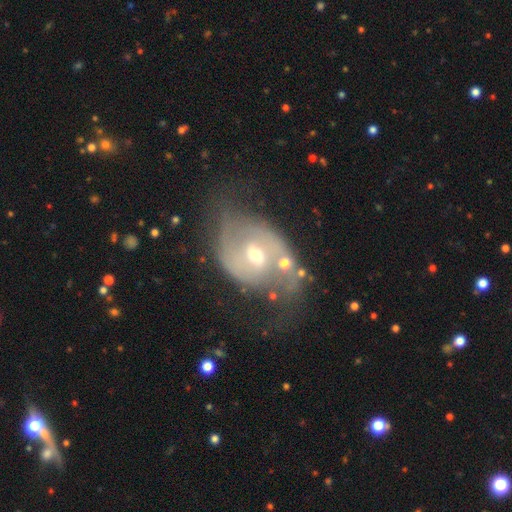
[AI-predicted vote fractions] A featured or disk galaxy (74%) with a weak bar (46%), 2 (76%) medium (43%) spiral arms (78%) and a moderate central bulge (63%).

Vote fractions:
- Smooth or featured? featured or disk: 74% / smooth: 18% / star or artifact: 8%
- Edge-on disk? no: 96% / yes: 4%
- Bar? weak: 46% / no: 41% / strong: 13%
- Spiral arms? yes: 78% / no: 22%
- Spiral winding? medium: 43% / loose: 33% / tight: 24%
- Spiral arm count? 2: 76% / can't tell: 14% / 1: 5% / 3: 2% / 4: 1% / more than 4: 1%
- Bulge size? moderate: 63% / small: 29% / large: 5% / none: 1% / dominant: 1%
- Merging? none: 48% / minor disturbance: 24% / major disturbance: 21% / merger: 7%